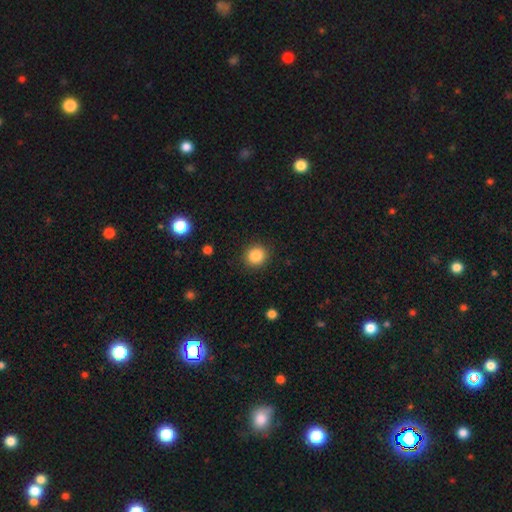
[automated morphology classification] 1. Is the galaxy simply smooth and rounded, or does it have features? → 85% smooth, 10% star or artifact, 5% featured or disk.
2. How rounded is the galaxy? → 89% round, 10% in between, 1% cigar-shaped.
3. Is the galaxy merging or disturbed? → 91% none, 6% minor disturbance, 2% major disturbance, 1% merger.